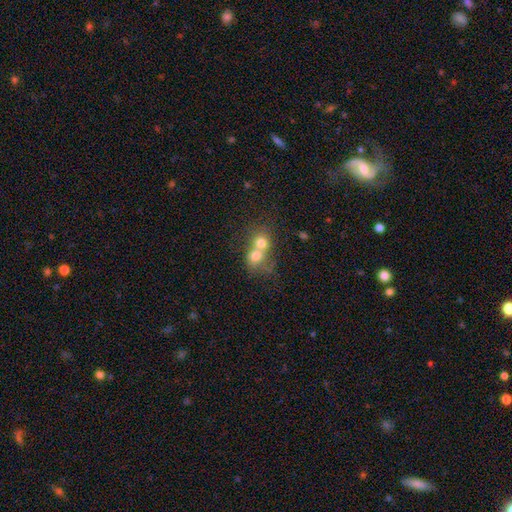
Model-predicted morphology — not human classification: type=smooth (70%); roundness=round (70%); merging=merger (73%).